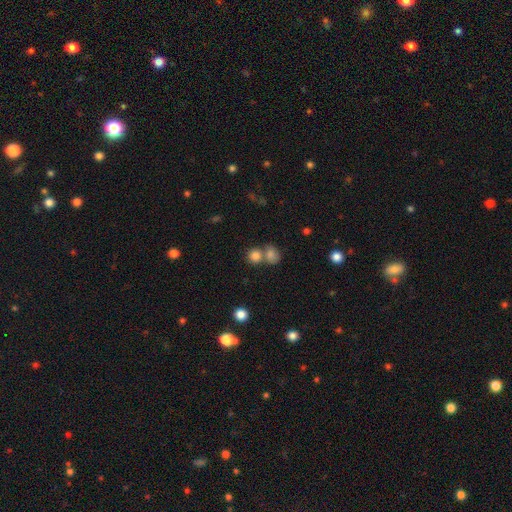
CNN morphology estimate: Smooth or featured: smooth — 82% (star or artifact — 11%)
How rounded: round — 82% (in between — 17%)
Merging: none — 47% (merger — 43%)